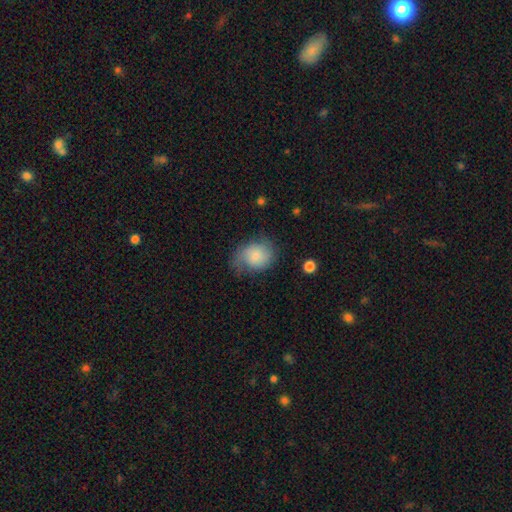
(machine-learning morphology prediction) smooth 66%, featured or disk 27%, star or artifact 8%. Down the decision tree: how rounded — in between (50%); merging — none (49%).